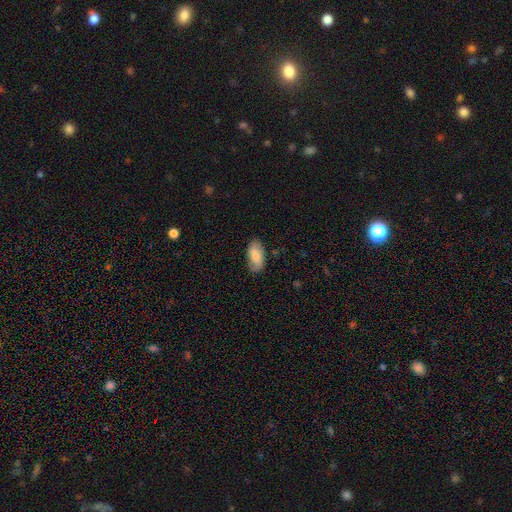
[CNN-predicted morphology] The model was most divided on "smooth or featured": smooth: 75%, featured or disk: 19%, star or artifact: 6%. More confident: how rounded — in between (93%); merging — none (78%).